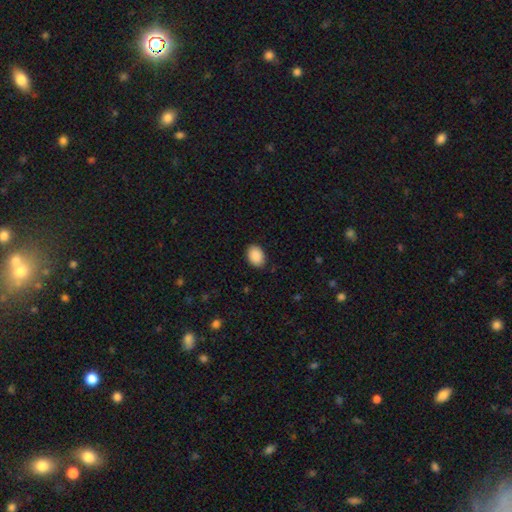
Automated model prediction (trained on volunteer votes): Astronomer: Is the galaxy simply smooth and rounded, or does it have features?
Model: smooth — 90%.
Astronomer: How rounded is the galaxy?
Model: in between — 78%.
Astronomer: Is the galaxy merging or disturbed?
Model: none — 88%.